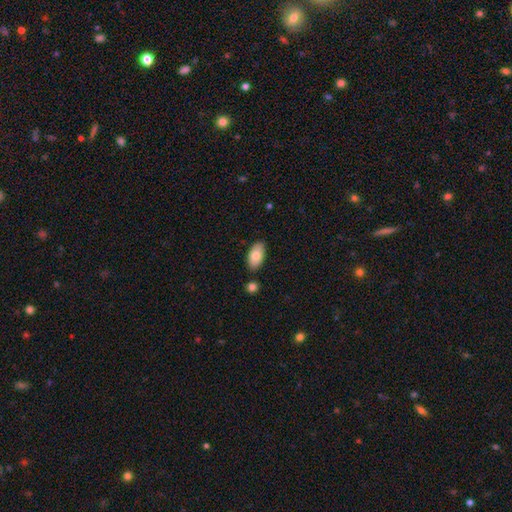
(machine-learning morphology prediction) Q: Smooth or featured?
A: smooth (78%); runner-up: featured or disk (15%)
Q: How rounded?
A: in between (94%); runner-up: round (3%)
Q: Merging?
A: none (84%); runner-up: minor disturbance (10%)